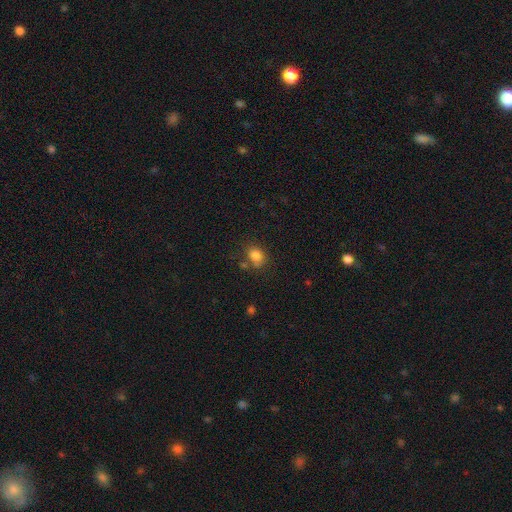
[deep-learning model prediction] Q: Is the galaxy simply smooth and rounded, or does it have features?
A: smooth — 82%.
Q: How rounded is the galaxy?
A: in between — 57%.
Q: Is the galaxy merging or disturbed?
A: none — 62%.